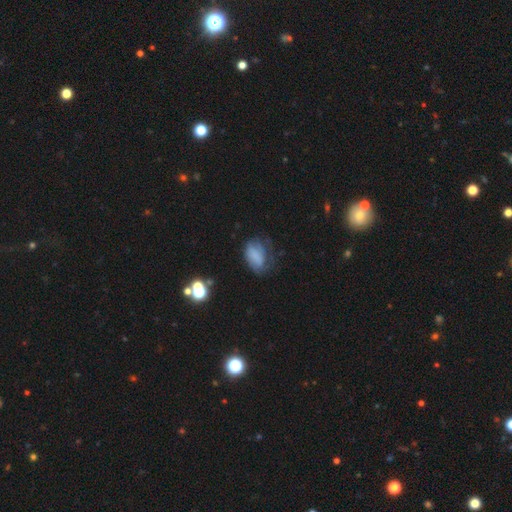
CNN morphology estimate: Smooth or featured: smooth — 61% (featured or disk — 28%)
How rounded: in between — 84% (round — 14%)
Merging: none — 39% (minor disturbance — 31%)